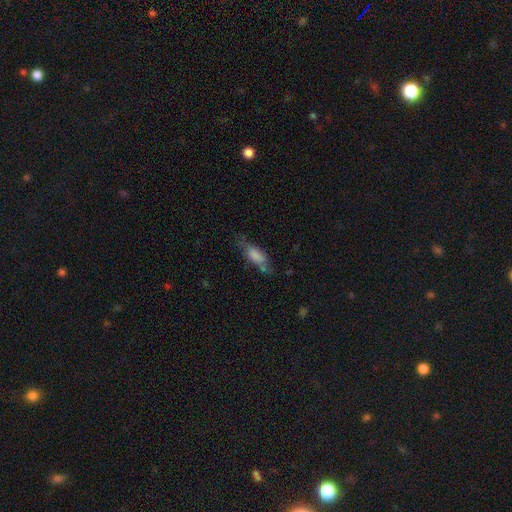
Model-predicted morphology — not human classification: A smooth galaxy with no disk features (72%) that is in between round and cigar-shaped (60%). Merging: none (52%).